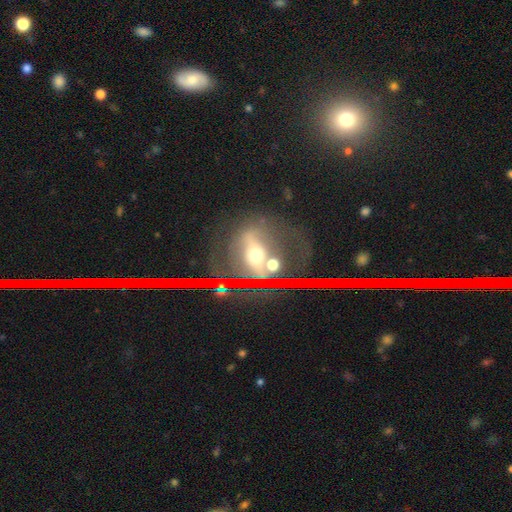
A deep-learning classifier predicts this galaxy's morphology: Overall: featured or disk (58%; star or artifact 21%). Edge-on disk: no (70%). Merging: none (62%).